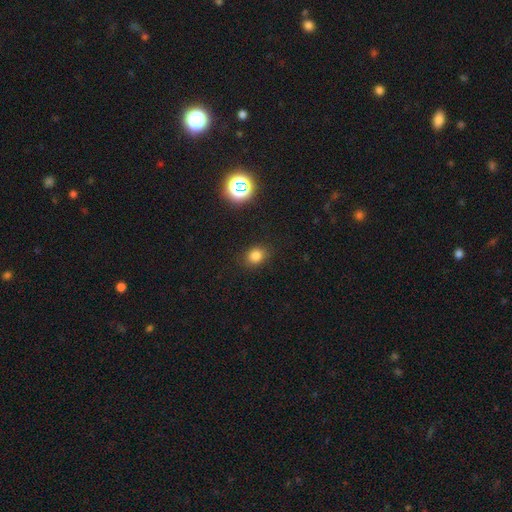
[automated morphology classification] Overall: smooth (79%). How rounded: round (59%; in between 40%). Merging: none (86%).